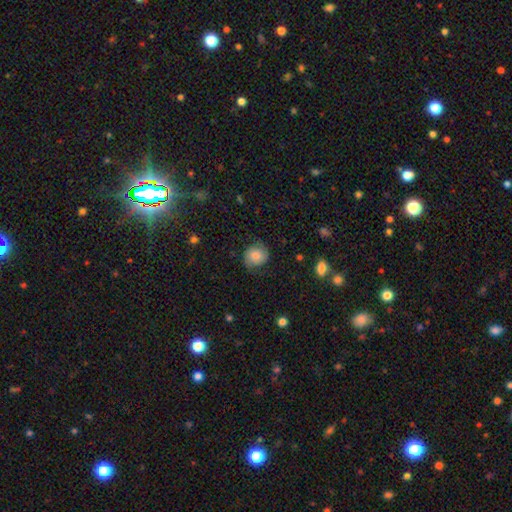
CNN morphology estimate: Smooth or featured?
  - smooth: 58% *
  - featured or disk: 33%
  - star or artifact: 9%
How rounded?
  - round: 78% *
  - in between: 21%
  - cigar-shaped: 1%
Merging?
  - none: 72% *
  - minor disturbance: 20%
  - major disturbance: 7%
  - merger: 1%